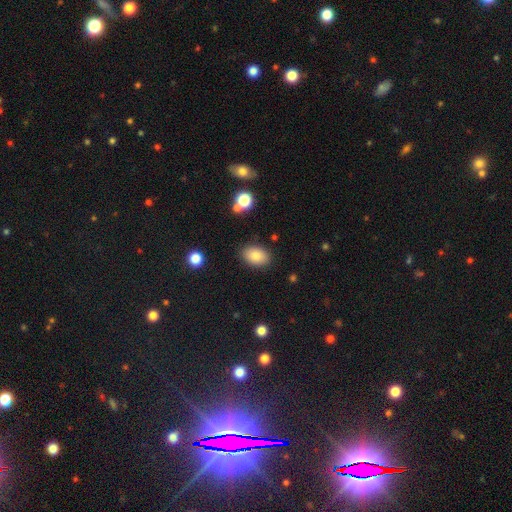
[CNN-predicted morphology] Q: Smooth or featured?
A: smooth (84%); runner-up: star or artifact (9%)
Q: How rounded?
A: in between (86%); runner-up: round (12%)
Q: Merging?
A: none (86%); runner-up: minor disturbance (10%)